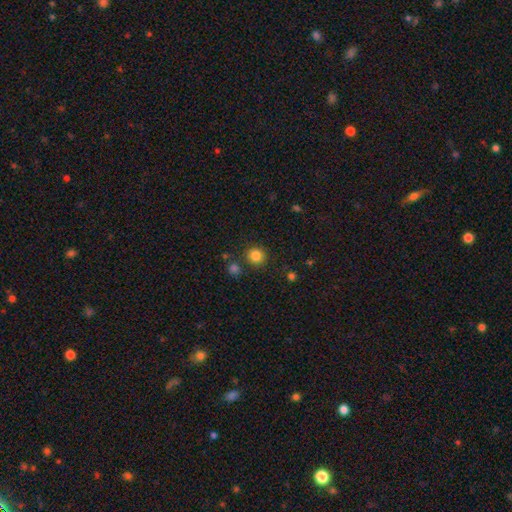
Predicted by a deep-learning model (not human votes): Smooth or featured: smooth — 84% (star or artifact — 12%)
How rounded: round — 92% (in between — 7%)
Merging: none — 84% (minor disturbance — 7%)